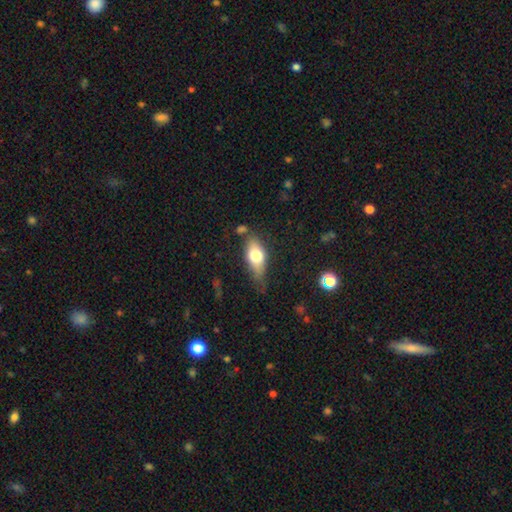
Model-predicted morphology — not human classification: The model was most divided on "merging": none: 60%, minor disturbance: 27%, major disturbance: 8%, merger: 5%. More confident: how rounded — in between (81%); smooth or featured — smooth (68%).